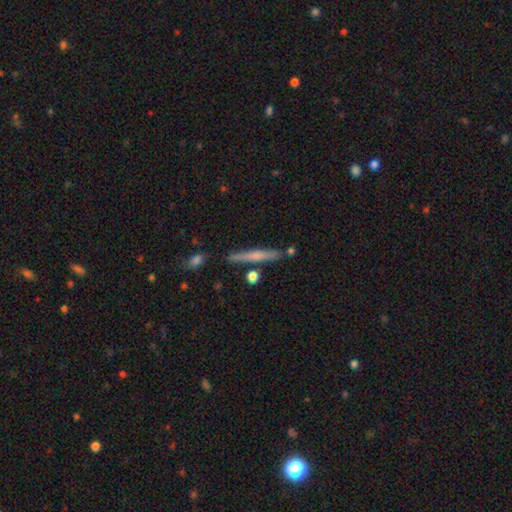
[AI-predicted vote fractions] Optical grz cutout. It shows a featured or disk galaxy (48%). Merging: none (85%).